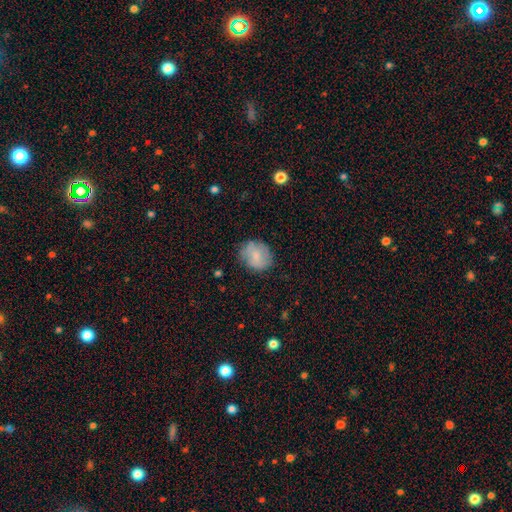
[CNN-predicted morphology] smooth-or-featured: smooth: 72% | featured or disk: 20% | star or artifact: 8%
  how-rounded: round: 64% | in between: 35% | cigar-shaped: 1%
  merging: none: 74% | minor disturbance: 19% | major disturbance: 6% | merger: 1%